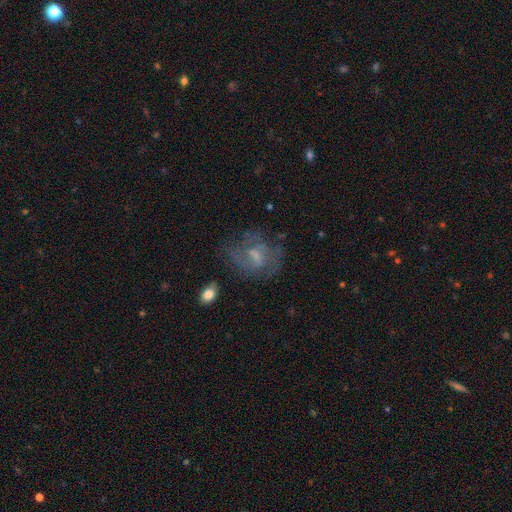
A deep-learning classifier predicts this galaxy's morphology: Smooth or featured? Predicted: featured or disk (p=0.62). Edge-on disk? Predicted: no (p=0.97). Bar? Predicted: weak (p=0.52). Spiral arms? Predicted: yes (p=0.69). Bulge size? Predicted: small (p=0.42). Merging? Predicted: none (p=0.57).